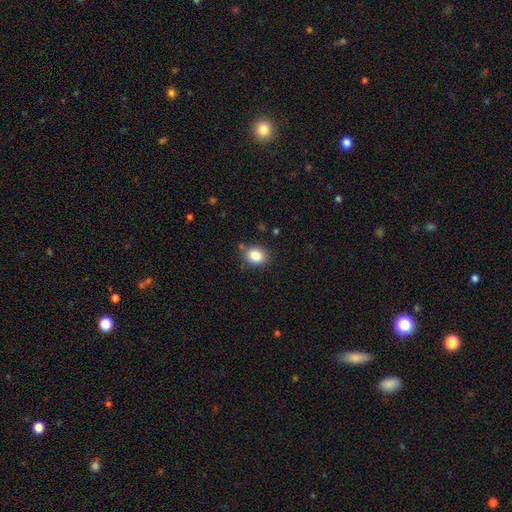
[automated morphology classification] Smooth or featured? Predicted: smooth (p=0.85). How rounded? Predicted: round (p=0.51). Merging? Predicted: none (p=0.81).